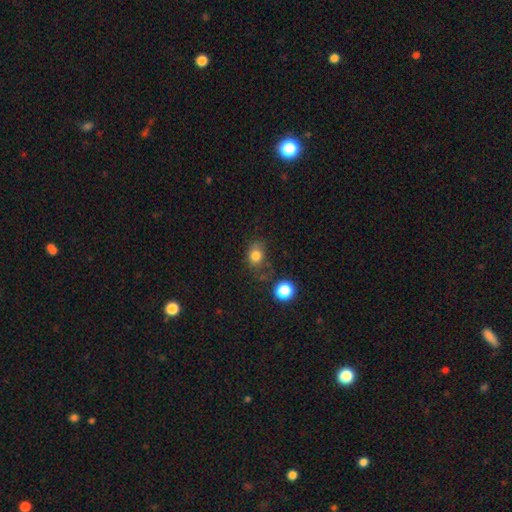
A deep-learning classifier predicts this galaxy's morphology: A smooth galaxy with no disk features (79%) that is round (52%). Merging: none (57%).